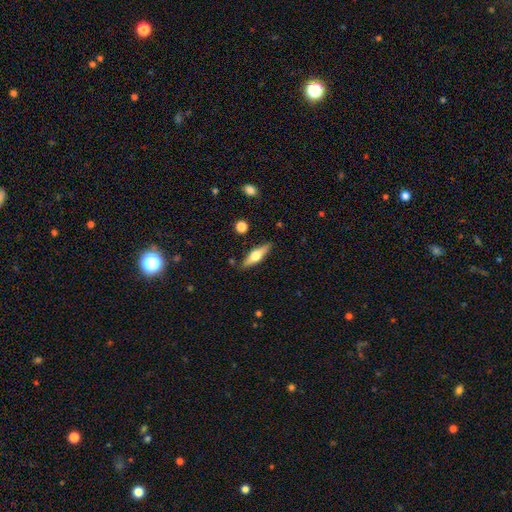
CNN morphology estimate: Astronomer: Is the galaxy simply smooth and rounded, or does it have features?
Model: featured or disk — 53% (runner-up: smooth, 41%).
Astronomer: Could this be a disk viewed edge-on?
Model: yes — 93%.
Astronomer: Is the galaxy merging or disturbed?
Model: none — 86%.